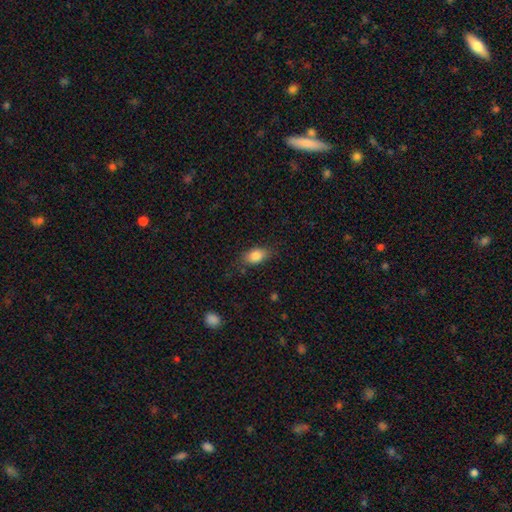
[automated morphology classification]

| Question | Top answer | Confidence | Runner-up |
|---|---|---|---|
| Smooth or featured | smooth | 83% | star or artifact (8%) |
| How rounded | in between | 85% | round (11%) |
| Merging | none | 79% | minor disturbance (16%) |